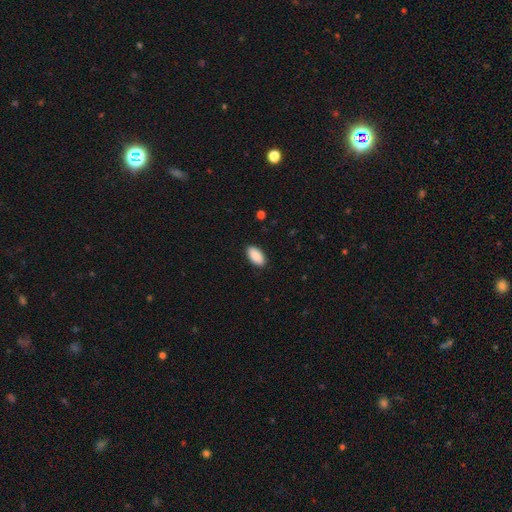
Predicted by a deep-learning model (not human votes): This is clearly a smooth galaxy (91%). How rounded: clearly in between (95%). Merging: clearly none (90%).